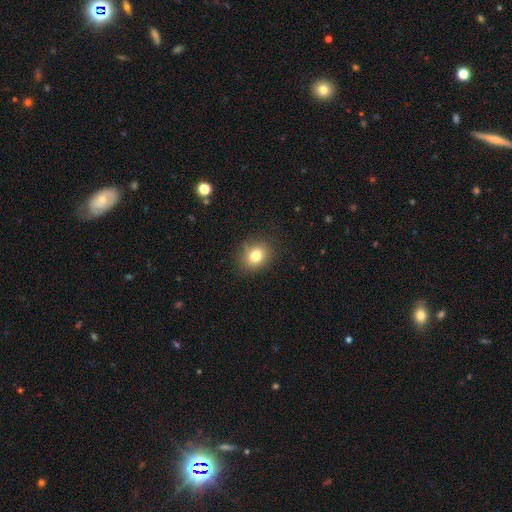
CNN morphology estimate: smooth 79%, star or artifact 12%, featured or disk 9%. Down the decision tree: how rounded — round (65%); merging — none (84%).